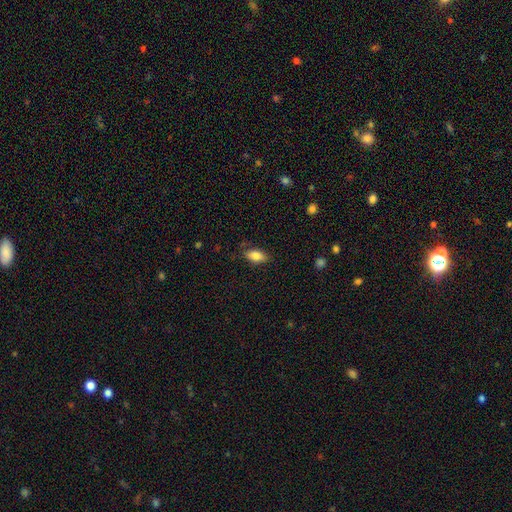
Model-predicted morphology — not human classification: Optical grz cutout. It shows a smooth galaxy with no disk features (81%) that is in between round and cigar-shaped (87%). Merging: none (83%).